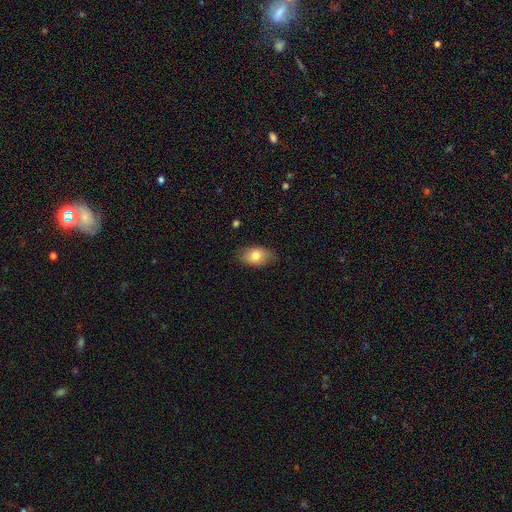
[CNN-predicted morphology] Smooth or featured: smooth — 77% (featured or disk — 16%)
How rounded: in between — 89% (round — 9%)
Merging: none — 81% (minor disturbance — 15%)